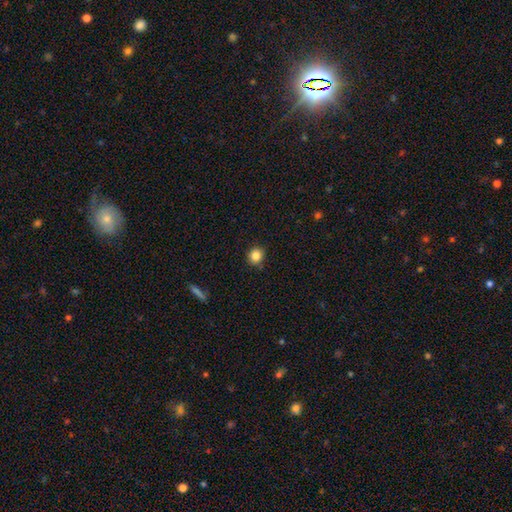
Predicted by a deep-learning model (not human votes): Smooth or featured? Predicted: smooth (p=0.85). How rounded? Predicted: round (p=0.86). Merging? Predicted: none (p=0.86).